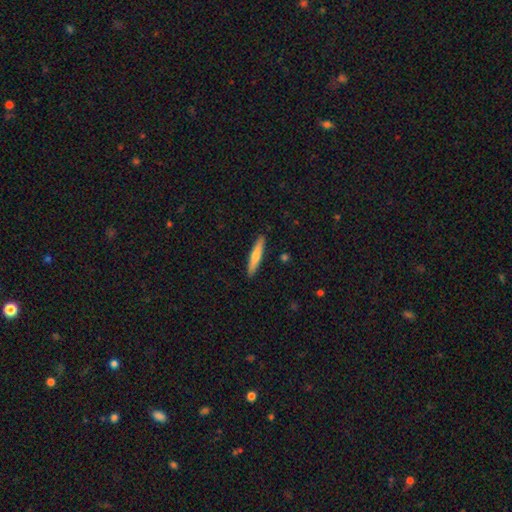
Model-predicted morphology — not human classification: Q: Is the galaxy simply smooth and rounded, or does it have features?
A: smooth — 56%.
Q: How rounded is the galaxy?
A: cigar-shaped — 91%.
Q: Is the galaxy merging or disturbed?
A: none — 91%.